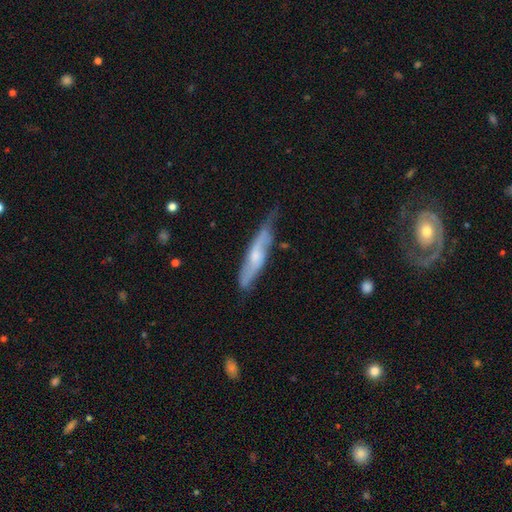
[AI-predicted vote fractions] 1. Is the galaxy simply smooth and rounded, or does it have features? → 58% featured or disk, 36% smooth, 6% star or artifact.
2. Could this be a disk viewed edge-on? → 57% yes, 43% no.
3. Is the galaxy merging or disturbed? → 56% none, 34% minor disturbance, 8% major disturbance, 2% merger.